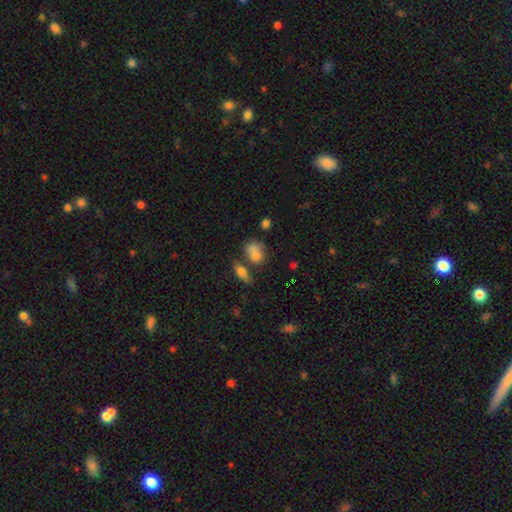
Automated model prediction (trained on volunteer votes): This appears to be a smooth galaxy with no disk features (74%) that is in between round and cigar-shaped (55%). Merging: none (44%).